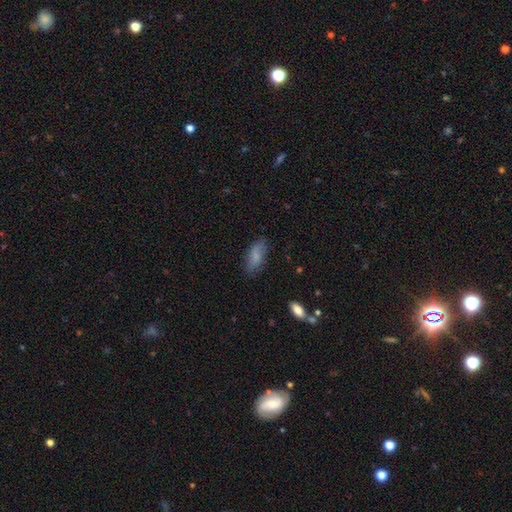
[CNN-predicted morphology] A smooth galaxy with no disk features (81%) that is in between round and cigar-shaped (82%). Merging: none (78%).